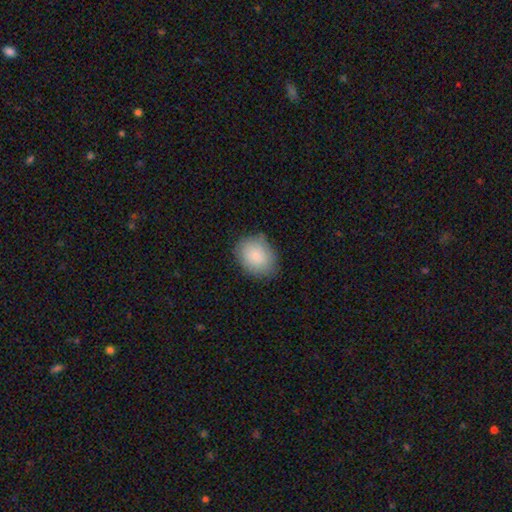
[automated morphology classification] Smooth or featured? Predicted: smooth (p=0.85). How rounded? Predicted: in between (p=0.62). Merging? Predicted: none (p=0.77).